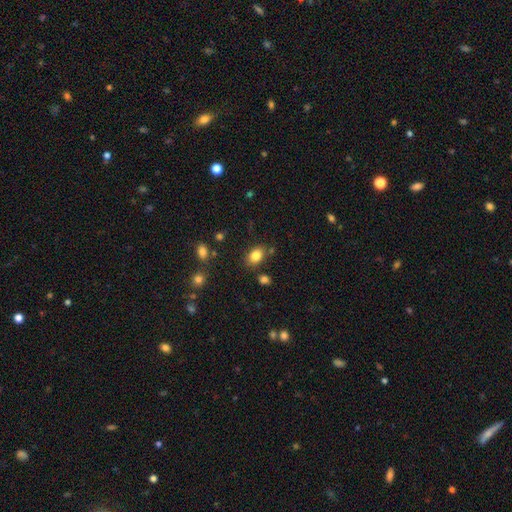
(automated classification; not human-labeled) The model was most divided on "how rounded": in between: 77%, round: 22%, cigar-shaped: 1%. More confident: smooth or featured — smooth (84%); merging — none (78%).